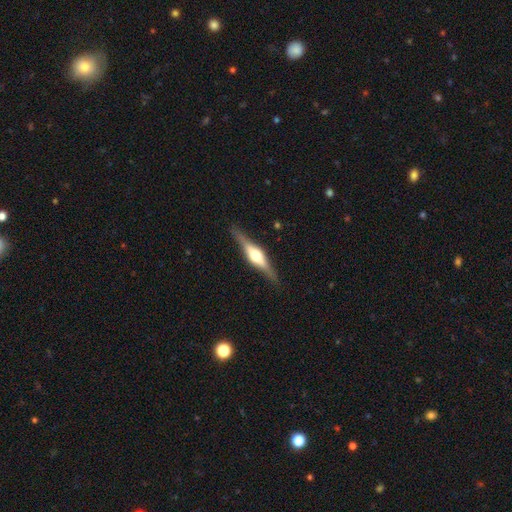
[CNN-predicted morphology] The model was most divided on "smooth or featured": featured or disk: 78%, smooth: 17%, star or artifact: 5%. More confident: edge-on disk — yes (97%); merging — none (88%); edge-on bulge — rounded (88%).